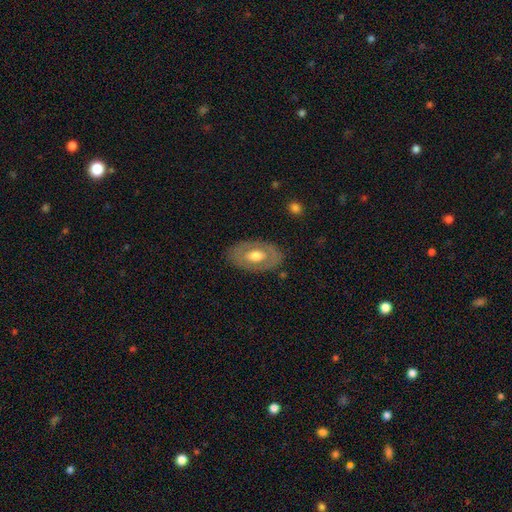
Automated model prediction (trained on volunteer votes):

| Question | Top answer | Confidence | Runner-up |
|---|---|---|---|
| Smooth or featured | featured or disk | 51% | smooth (44%) |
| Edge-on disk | no | 90% | yes (10%) |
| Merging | none | 81% | minor disturbance (13%) |